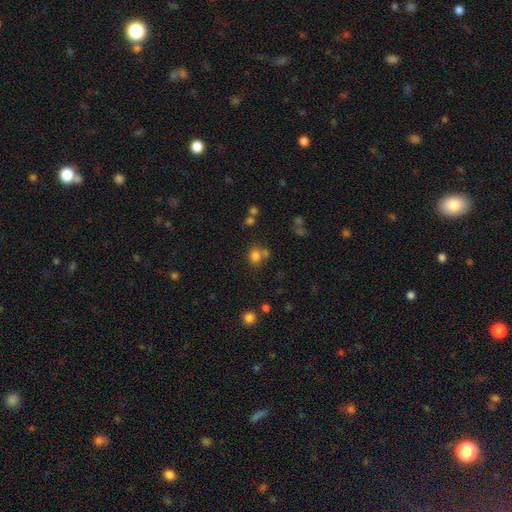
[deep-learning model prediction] smooth 78%, star or artifact 15%, featured or disk 7%. Down the decision tree: how rounded — round (70%); merging — none (61%).